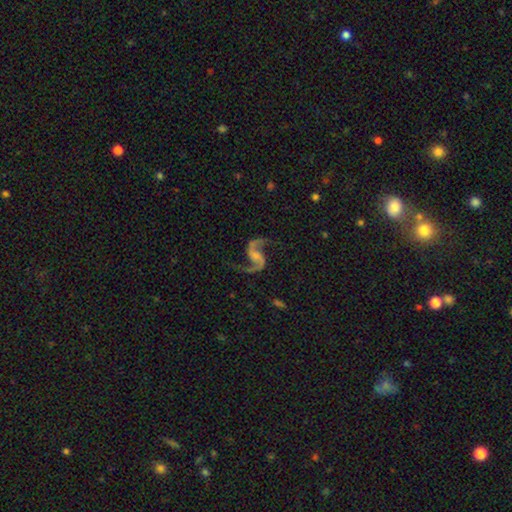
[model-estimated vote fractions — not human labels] Overall: featured or disk (92%). Edge-on disk: no (98%). Bar: no (50%; weak 38%). Spiral arms: yes (98%). Spiral arm count: 2 (94%). Spiral winding: loose (67%; medium 29%). Bulge size: none (34%; small 30%). Merging: none (77%).